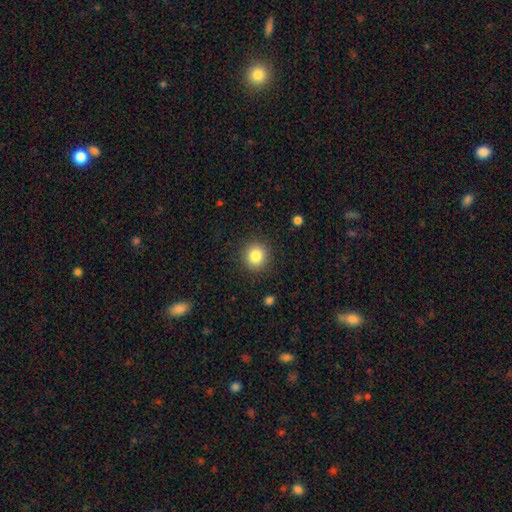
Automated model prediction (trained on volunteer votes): Morphology: type=smooth (83%); roundness=round (90%); merging=none (90%).